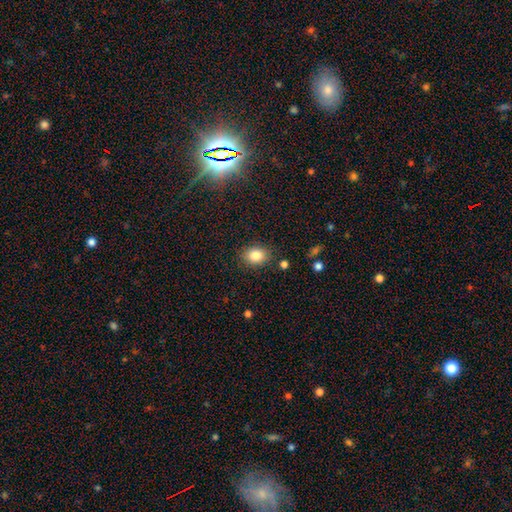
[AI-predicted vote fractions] Overall: smooth (83%). How rounded: in between (60%; round 39%). Merging: none (85%).